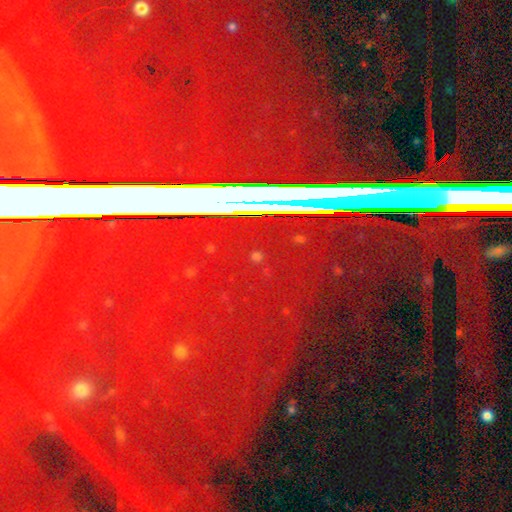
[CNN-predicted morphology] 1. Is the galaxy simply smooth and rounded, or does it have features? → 78% star or artifact, 11% smooth, 11% featured or disk.